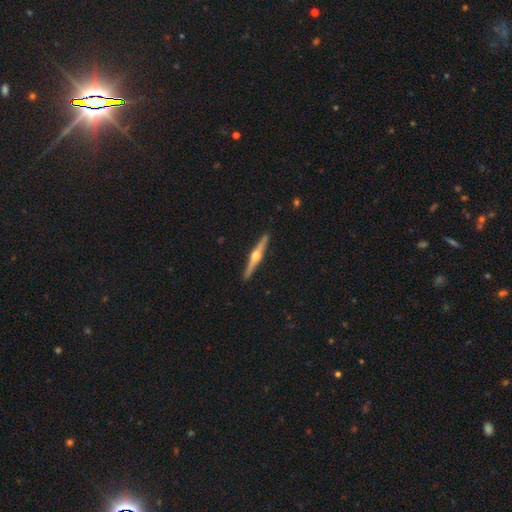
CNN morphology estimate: Smooth or featured: featured or disk — 82% (smooth — 14%)
Edge-on disk: yes — 99% (no — 1%)
Edge-on bulge: rounded — 94% (boxy — 3%)
Merging: none — 92% (minor disturbance — 5%)